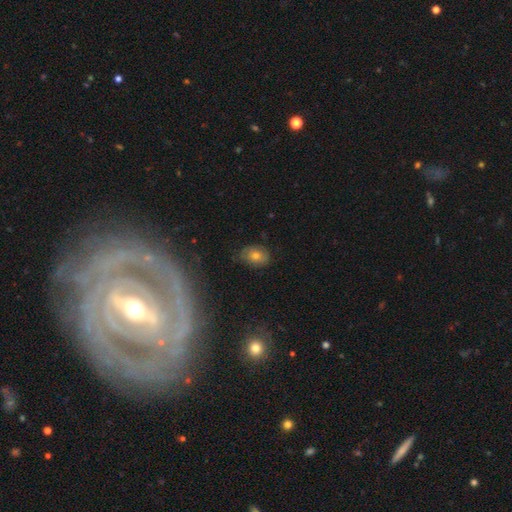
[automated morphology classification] smooth-or-featured: smooth: 57% | featured or disk: 26% | star or artifact: 17%
  how-rounded: in between: 74% | round: 24% | cigar-shaped: 2%
  merging: none: 75% | minor disturbance: 18% | major disturbance: 5% | merger: 2%